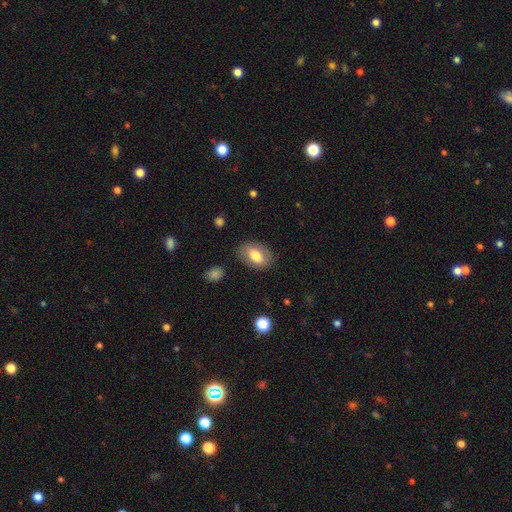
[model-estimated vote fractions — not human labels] This is likely a smooth galaxy (74%). How rounded: clearly in between (88%). Merging: clearly none (83%).